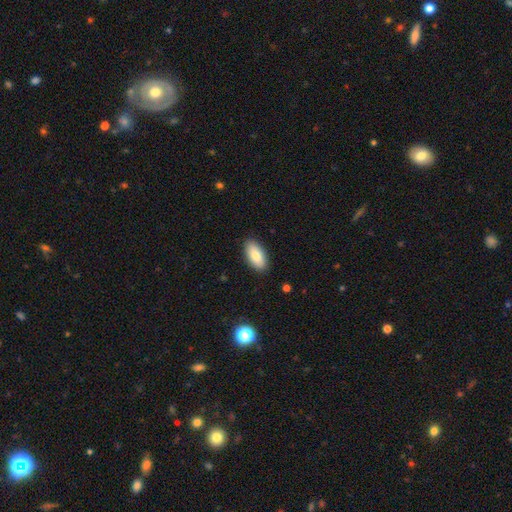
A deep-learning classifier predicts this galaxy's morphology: Smooth or featured?
  - smooth: 82% *
  - featured or disk: 11%
  - star or artifact: 7%
How rounded?
  - in between: 92% *
  - cigar-shaped: 6%
  - round: 2%
Merging?
  - none: 88% *
  - minor disturbance: 9%
  - major disturbance: 2%
  - merger: 1%